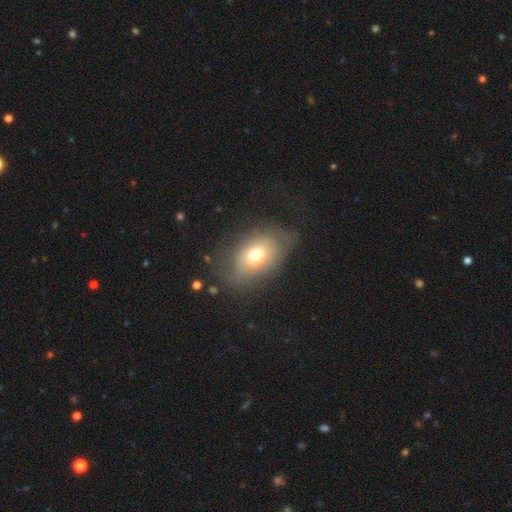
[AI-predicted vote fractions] This is likely a smooth galaxy (64%). How rounded: clearly in between (81%). Merging: possibly none (58%).